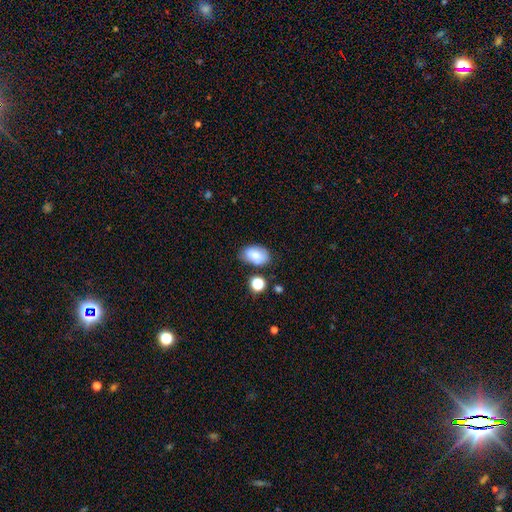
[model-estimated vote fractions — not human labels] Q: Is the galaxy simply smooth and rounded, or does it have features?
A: smooth — 73%.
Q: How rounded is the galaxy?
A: in between — 85%.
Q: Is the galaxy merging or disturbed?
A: none — 64%.